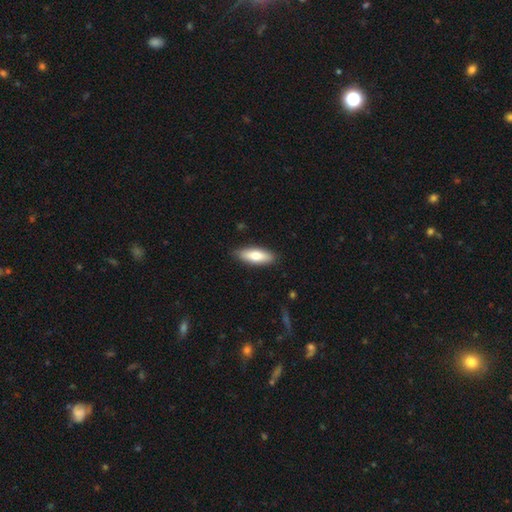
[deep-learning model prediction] Smooth or featured? Predicted: smooth (p=0.75). How rounded? Predicted: in between (p=0.65). Merging? Predicted: none (p=0.87).